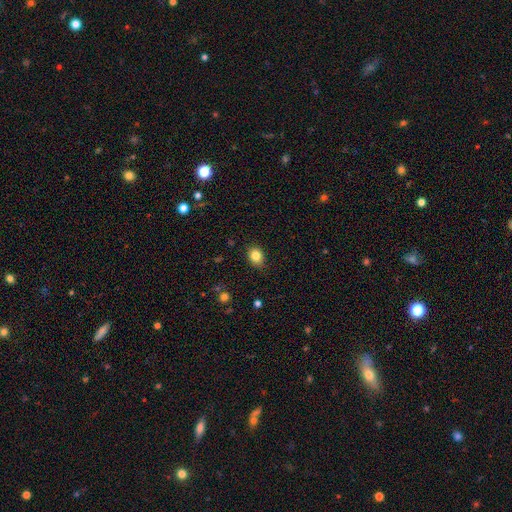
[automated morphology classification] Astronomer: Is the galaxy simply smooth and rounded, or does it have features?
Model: smooth — 83%.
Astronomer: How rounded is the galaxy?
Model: round — 50% (runner-up: in between, 49%).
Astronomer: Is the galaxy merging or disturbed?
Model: none — 82%.